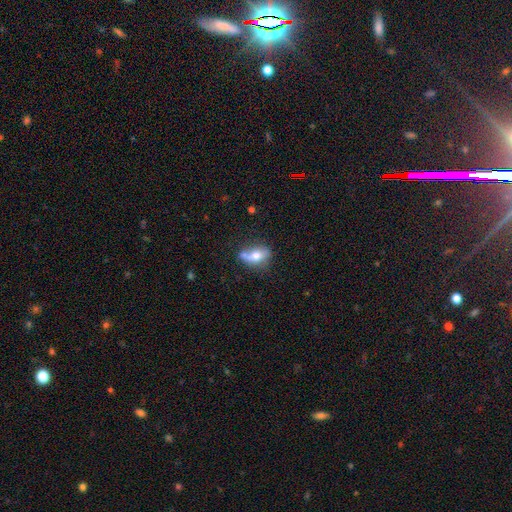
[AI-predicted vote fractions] This appears to be a smooth galaxy with no disk features (57%) that is in between round and cigar-shaped (72%). Merging: none (45%).